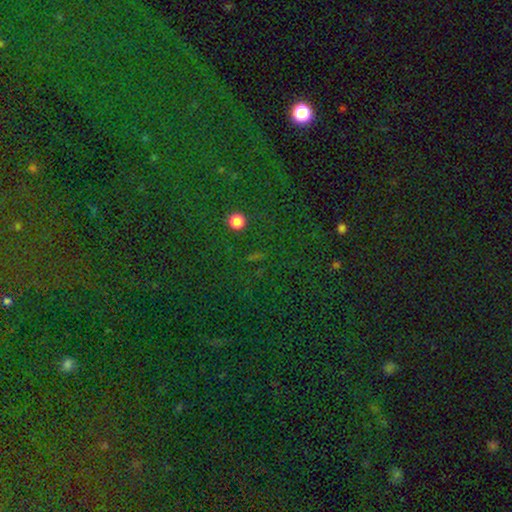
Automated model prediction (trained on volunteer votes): The model was most divided on "smooth or featured": star or artifact: 82%, smooth: 10%, featured or disk: 7%.